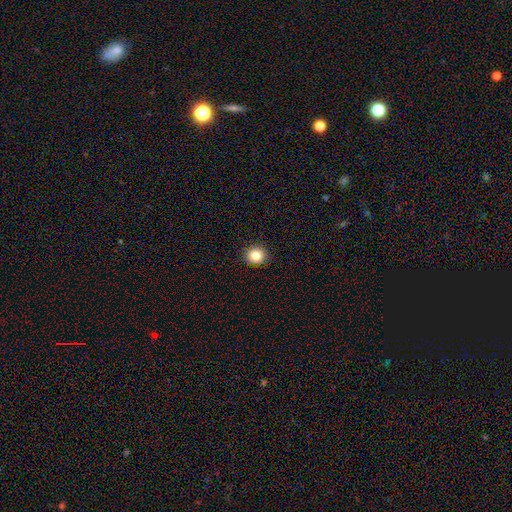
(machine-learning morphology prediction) Overall: smooth (84%). How rounded: round (86%). Merging: none (92%).